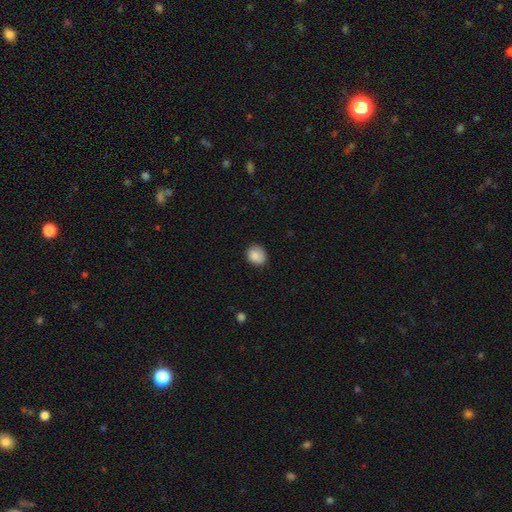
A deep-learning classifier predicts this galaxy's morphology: Smooth or featured?
  - smooth: 86% *
  - star or artifact: 8%
  - featured or disk: 6%
How rounded?
  - round: 68% *
  - in between: 31%
  - cigar-shaped: 1%
Merging?
  - none: 78% *
  - minor disturbance: 18%
  - major disturbance: 3%
  - merger: 1%